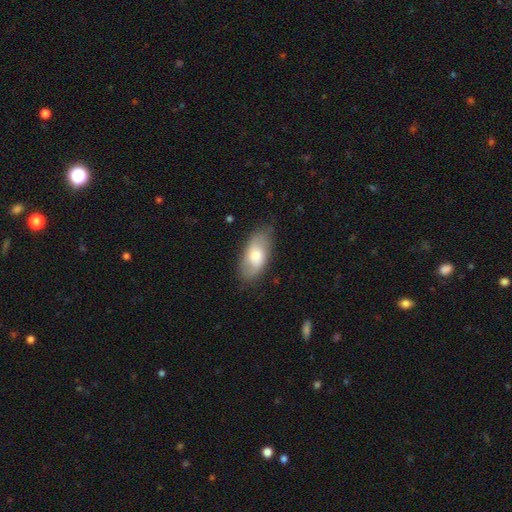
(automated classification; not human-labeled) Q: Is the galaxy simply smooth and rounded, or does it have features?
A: smooth — 64%.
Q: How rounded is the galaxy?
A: in between — 90%.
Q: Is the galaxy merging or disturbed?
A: none — 74%.